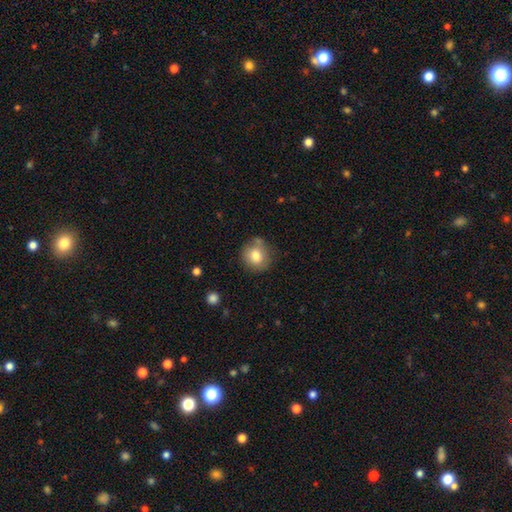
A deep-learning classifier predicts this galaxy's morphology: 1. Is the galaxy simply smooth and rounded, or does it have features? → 79% smooth, 12% featured or disk, 9% star or artifact.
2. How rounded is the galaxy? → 84% round, 15% in between, 1% cigar-shaped.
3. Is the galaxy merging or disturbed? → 73% none, 16% minor disturbance, 7% merger, 4% major disturbance.